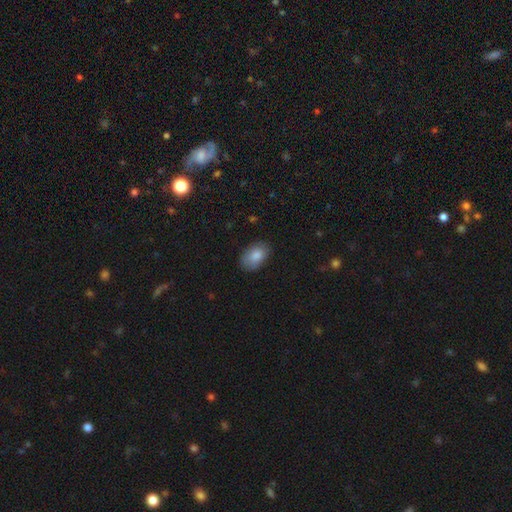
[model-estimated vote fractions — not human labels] Smooth or featured? Predicted: smooth (p=0.84). How rounded? Predicted: in between (p=0.88). Merging? Predicted: none (p=0.80).